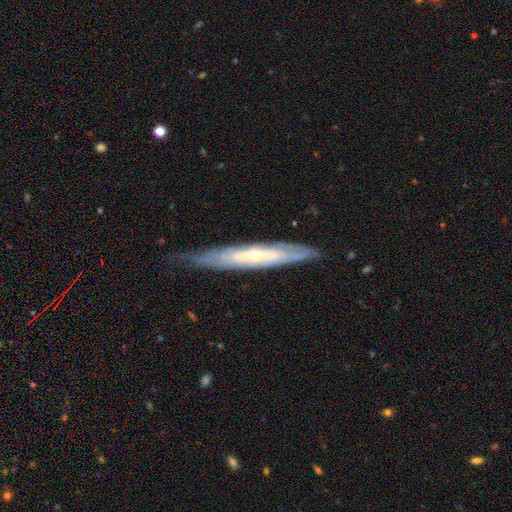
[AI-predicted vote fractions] Smooth or featured: featured or disk — 69% (smooth — 26%)
Edge-on disk: yes — 66% (no — 34%)
Merging: none — 73% (minor disturbance — 21%)